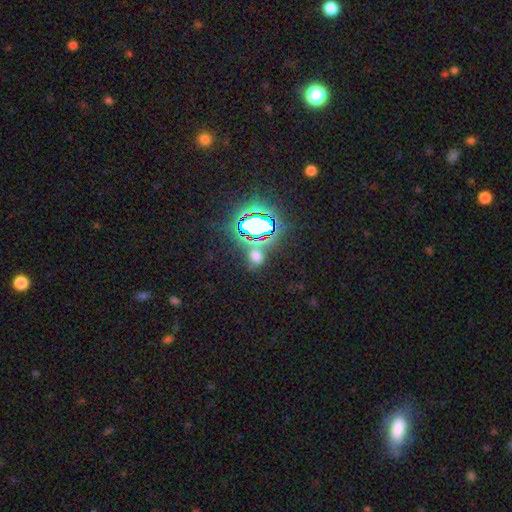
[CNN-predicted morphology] This is possibly a star or artifact rather than a galaxy (50%).